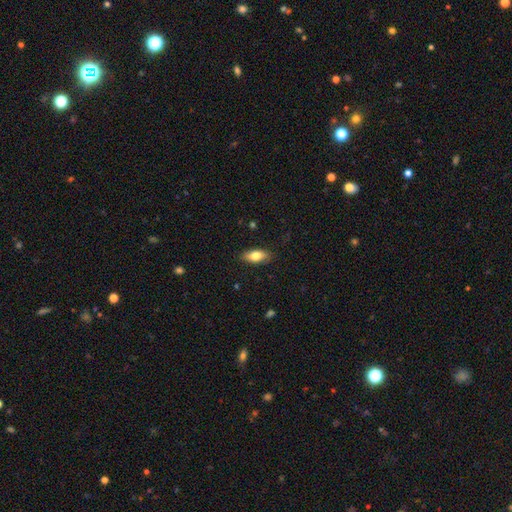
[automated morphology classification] This appears to be a smooth galaxy with no disk features (78%) that is in between round and cigar-shaped (86%). Merging: none (87%).